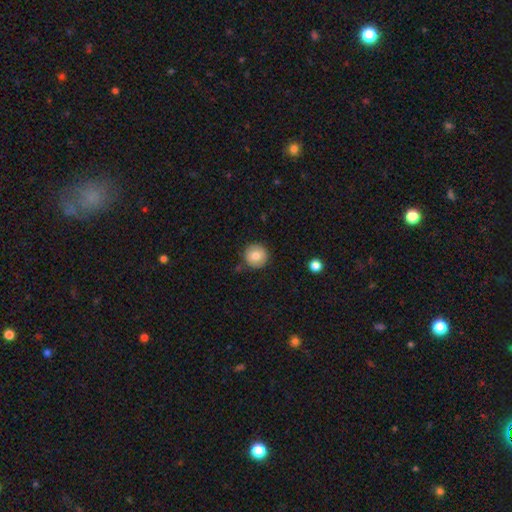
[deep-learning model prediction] Smooth or featured? Predicted: smooth (p=0.80). How rounded? Predicted: round (p=0.95). Merging? Predicted: none (p=0.85).